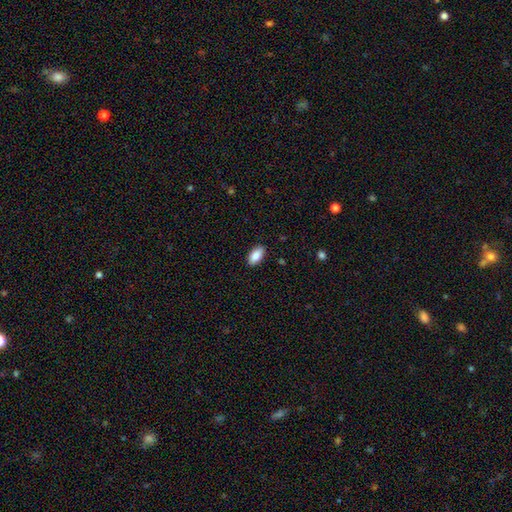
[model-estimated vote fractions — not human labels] smooth-or-featured: smooth: 87% | featured or disk: 7% | star or artifact: 7%
  how-rounded: in between: 92% | cigar-shaped: 5% | round: 3%
  merging: none: 88% | minor disturbance: 9% | major disturbance: 2% | merger: 1%